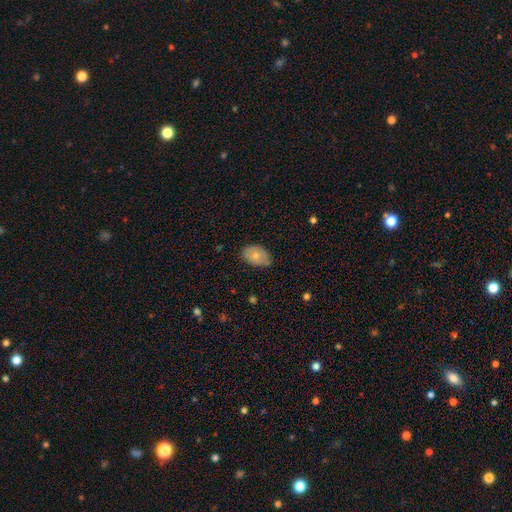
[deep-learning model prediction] This appears to be a smooth galaxy with no disk features (74%) that is in between round and cigar-shaped (86%). Merging: none (74%).